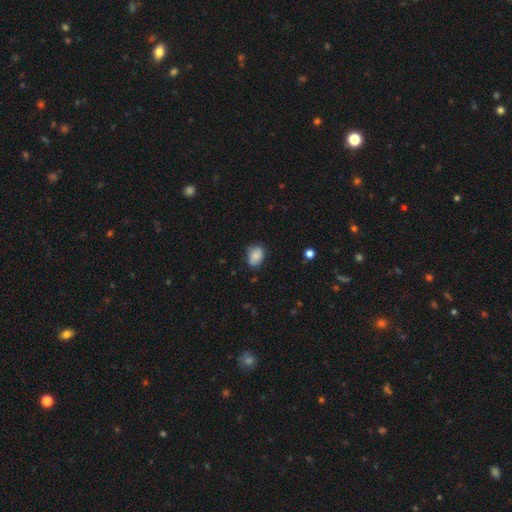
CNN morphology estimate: Smooth or featured: smooth — 81% (featured or disk — 10%)
How rounded: in between — 76% (round — 23%)
Merging: none — 65% (minor disturbance — 28%)